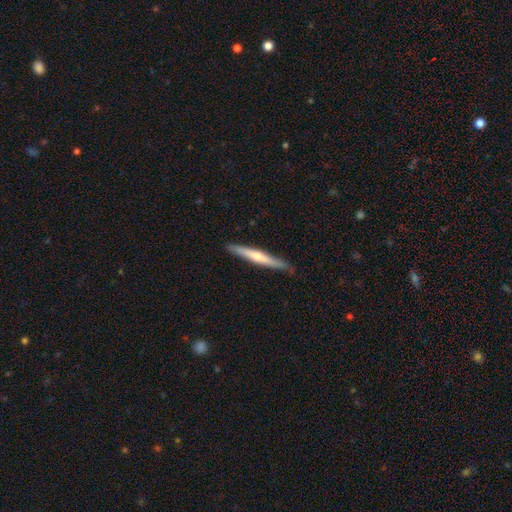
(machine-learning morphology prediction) Smooth or featured? featured or disk (56%)
Edge-on disk? yes (96%)
Edge-on bulge? rounded (69%)
Merging? none (88%)